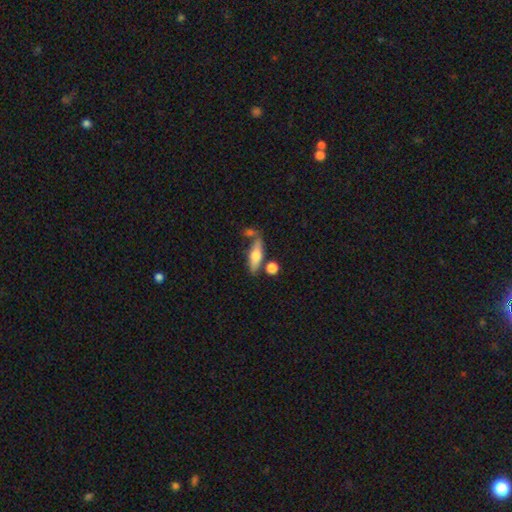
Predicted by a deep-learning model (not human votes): Smooth or featured?
  - smooth: 55% *
  - featured or disk: 38%
  - star or artifact: 7%
How rounded?
  - in between: 48% *
  - cigar-shaped: 47%
  - round: 4%
Merging?
  - none: 65% *
  - minor disturbance: 15%
  - merger: 15%
  - major disturbance: 5%